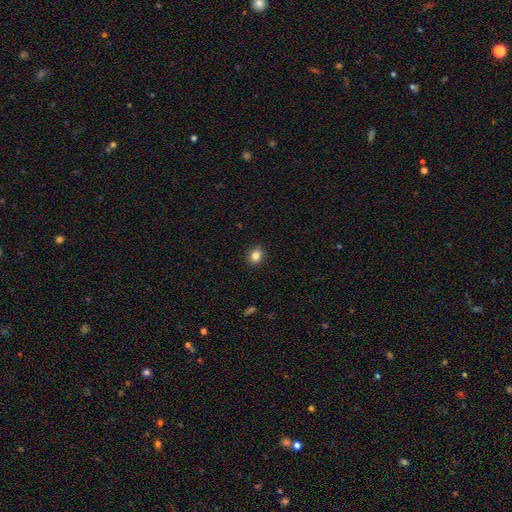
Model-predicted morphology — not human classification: This appears to be a smooth galaxy with no disk features (84%) that is round (55%). Merging: none (90%).